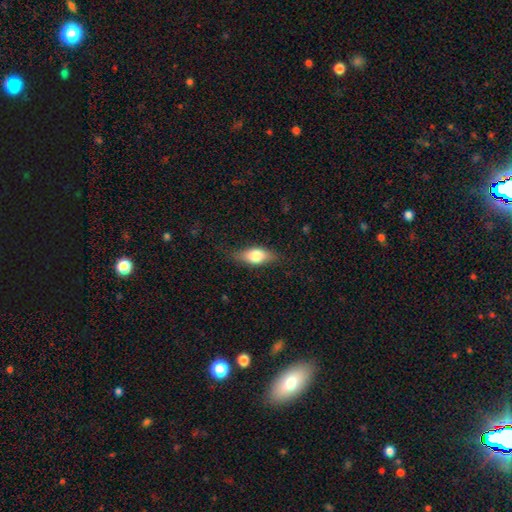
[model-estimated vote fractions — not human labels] smooth-or-featured: smooth: 70% | featured or disk: 23% | star or artifact: 7%
  how-rounded: in between: 81% | cigar-shaped: 13% | round: 6%
  merging: none: 77% | minor disturbance: 17% | major disturbance: 4% | merger: 1%